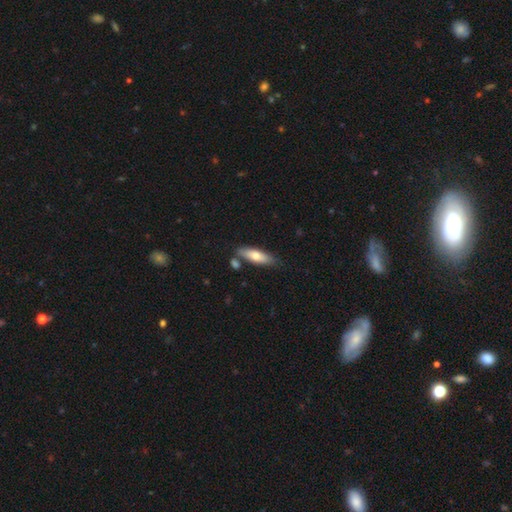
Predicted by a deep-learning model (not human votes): Q: Smooth or featured?
A: smooth (66%); runner-up: featured or disk (28%)
Q: How rounded?
A: cigar-shaped (51%); runner-up: in between (47%)
Q: Merging?
A: none (72%); runner-up: minor disturbance (15%)